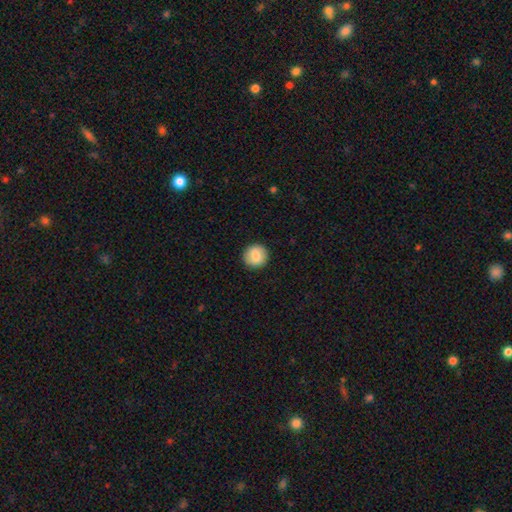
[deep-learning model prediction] A smooth galaxy with no disk features (82%) that is round (91%). Merging: none (91%).